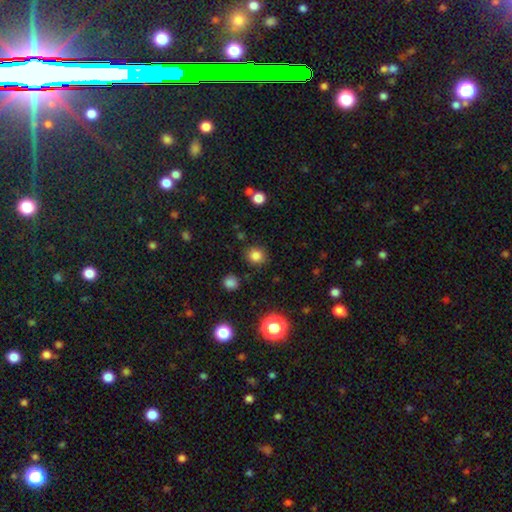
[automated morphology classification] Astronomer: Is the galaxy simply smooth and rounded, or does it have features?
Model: smooth — 83%.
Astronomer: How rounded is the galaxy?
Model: round — 83%.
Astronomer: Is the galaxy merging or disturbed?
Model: none — 87%.